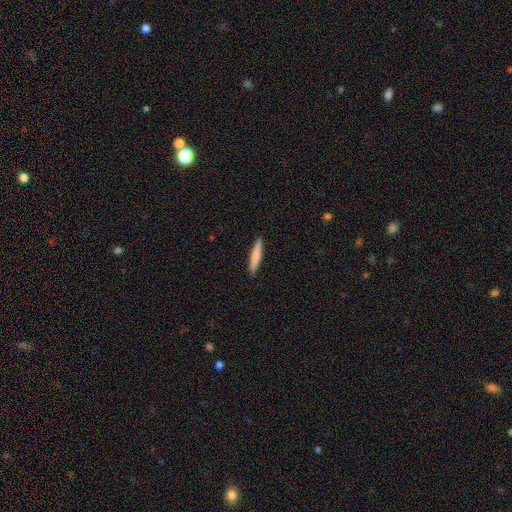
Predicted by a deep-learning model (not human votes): A smooth galaxy with no disk features (78%) that is cigar-shaped (93%).

Vote fractions:
- Smooth or featured? smooth: 78% / featured or disk: 17% / star or artifact: 5%
- How rounded? cigar-shaped: 93% / in between: 6% / round: 1%
- Merging? none: 92% / minor disturbance: 6% / major disturbance: 1% / merger: 1%